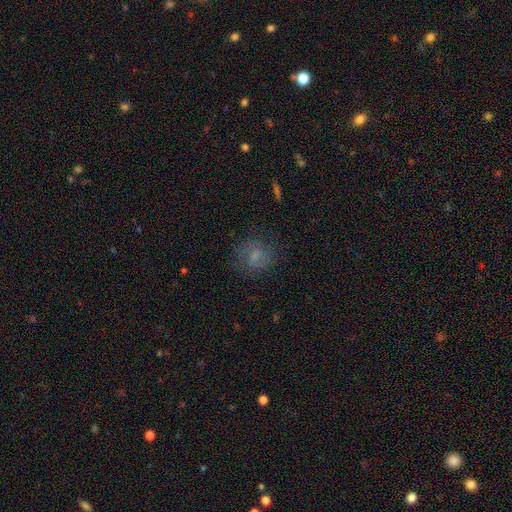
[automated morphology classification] A smooth galaxy with no disk features (52%) that is round (60%). Merging: none (67%).